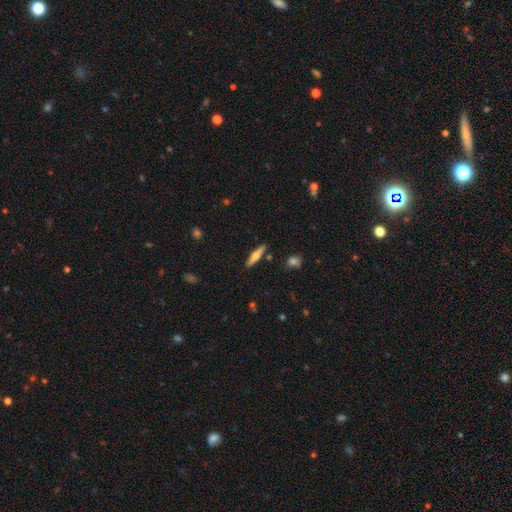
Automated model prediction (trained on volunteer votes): Q: Smooth or featured?
A: featured or disk (53%); runner-up: smooth (41%)
Q: Edge-on disk?
A: yes (95%); runner-up: no (5%)
Q: Merging?
A: none (87%); runner-up: minor disturbance (8%)